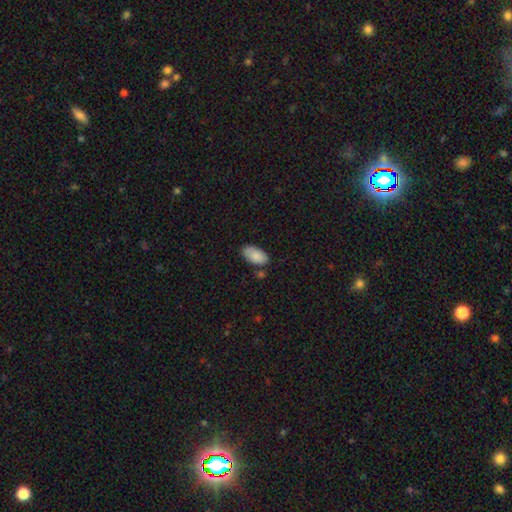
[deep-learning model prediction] Overall: smooth (86%). How rounded: in between (95%). Merging: none (71%).